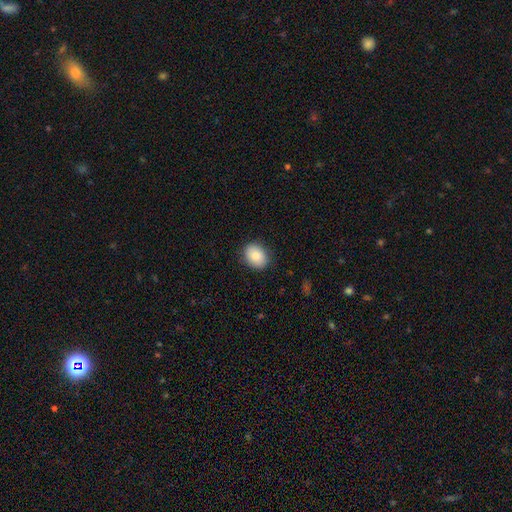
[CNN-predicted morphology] Smooth or featured: smooth — 84% (featured or disk — 9%)
How rounded: in between — 57% (round — 42%)
Merging: none — 87% (minor disturbance — 10%)